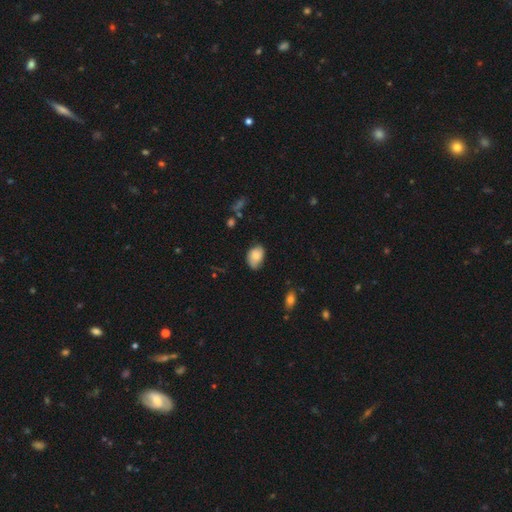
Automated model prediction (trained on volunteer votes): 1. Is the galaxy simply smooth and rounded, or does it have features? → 80% smooth, 12% featured or disk, 8% star or artifact.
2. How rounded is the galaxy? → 81% in between, 18% round, 1% cigar-shaped.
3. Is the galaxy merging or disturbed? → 57% none, 33% minor disturbance, 7% major disturbance, 2% merger.